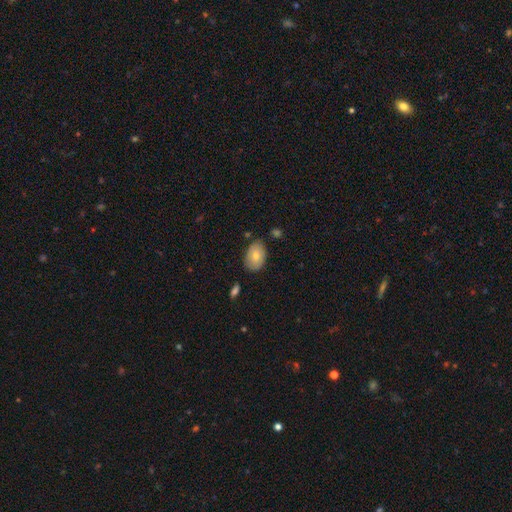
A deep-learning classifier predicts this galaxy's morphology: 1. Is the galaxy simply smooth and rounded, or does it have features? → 74% smooth, 19% featured or disk, 7% star or artifact.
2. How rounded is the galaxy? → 87% in between, 12% round, 1% cigar-shaped.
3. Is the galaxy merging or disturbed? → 76% none, 18% minor disturbance, 3% major disturbance, 2% merger.